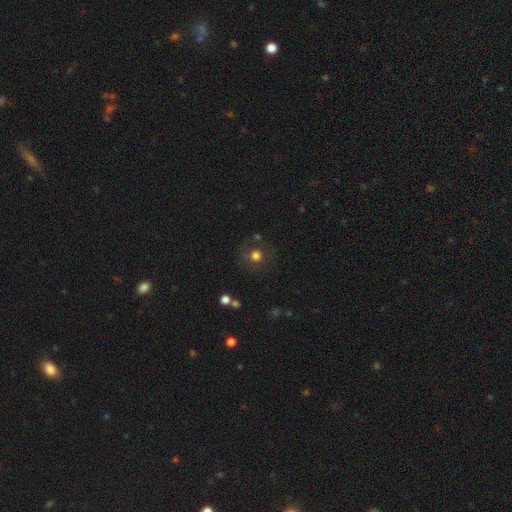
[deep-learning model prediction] smooth-or-featured: smooth: 67% | featured or disk: 17% | star or artifact: 15%
  how-rounded: round: 91% | in between: 8% | cigar-shaped: 1%
  merging: none: 78% | minor disturbance: 12% | major disturbance: 7% | merger: 3%